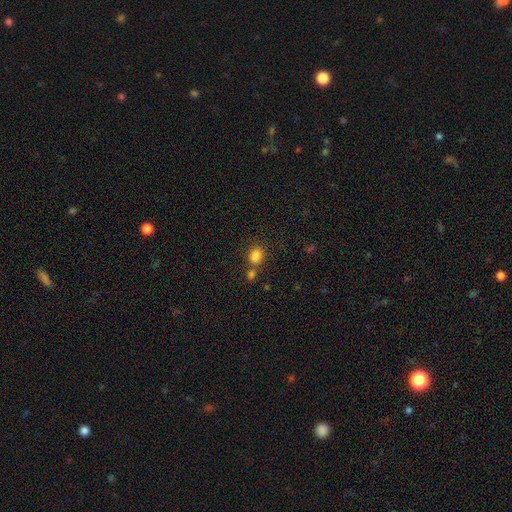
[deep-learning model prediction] Smooth or featured: smooth — 81% (star or artifact — 13%)
How rounded: round — 49% (tied with in between — 49%)
Merging: none — 49% (merger — 35%)